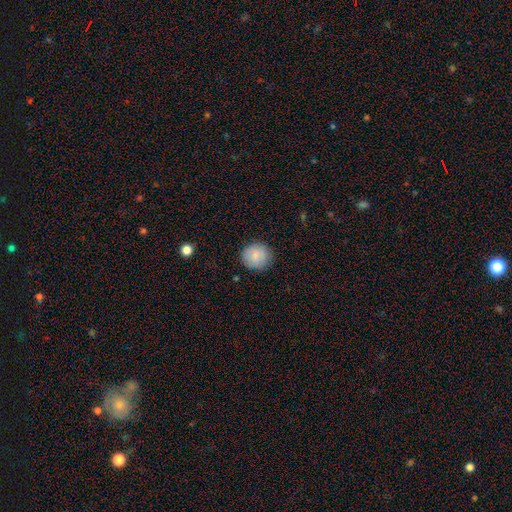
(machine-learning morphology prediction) Smooth or featured? Predicted: smooth (p=0.86). How rounded? Predicted: round (p=0.90). Merging? Predicted: none (p=0.87).